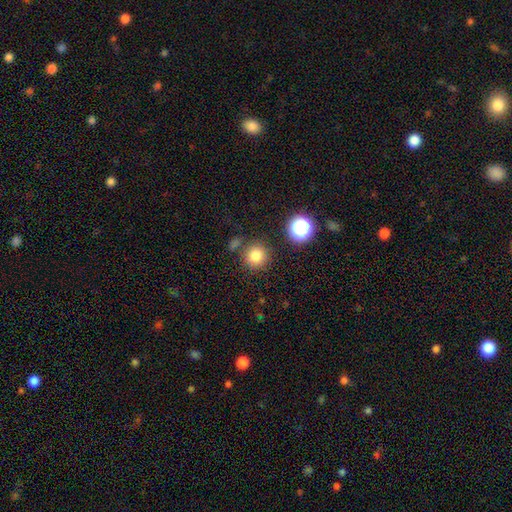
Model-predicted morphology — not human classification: Smooth or featured?
  - smooth: 81% *
  - star or artifact: 13%
  - featured or disk: 6%
How rounded?
  - round: 93% *
  - in between: 6%
  - cigar-shaped: 1%
Merging?
  - none: 81% *
  - minor disturbance: 9%
  - merger: 7%
  - major disturbance: 4%